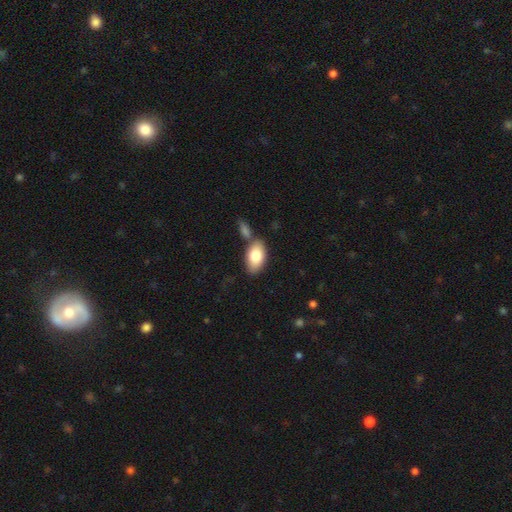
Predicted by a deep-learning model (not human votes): smooth-or-featured: smooth: 80% | featured or disk: 14% | star or artifact: 6%
  how-rounded: in between: 93% | round: 5% | cigar-shaped: 2%
  merging: none: 66% | merger: 18% | minor disturbance: 12% | major disturbance: 3%